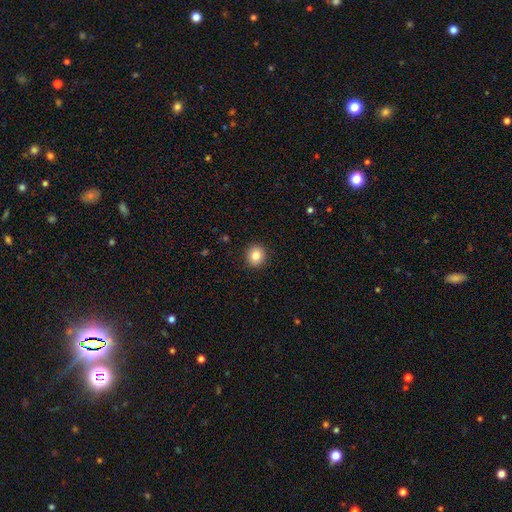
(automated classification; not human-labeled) smooth-or-featured: smooth: 83% | star or artifact: 10% | featured or disk: 7%
  how-rounded: round: 90% | in between: 9% | cigar-shaped: 1%
  merging: none: 92% | minor disturbance: 5% | major disturbance: 2% | merger: 1%